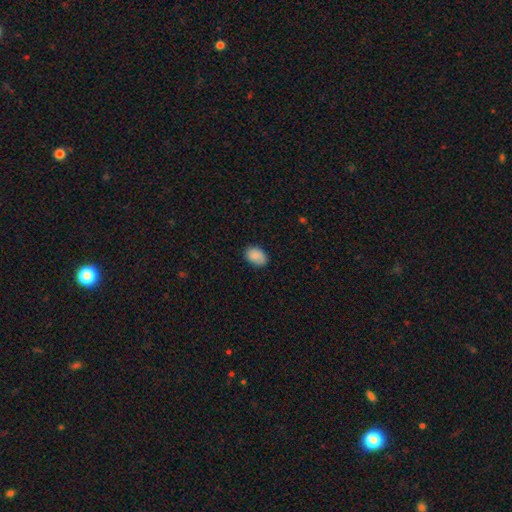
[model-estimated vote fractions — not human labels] Smooth or featured?
  - smooth: 85% *
  - featured or disk: 7%
  - star or artifact: 7%
How rounded?
  - in between: 80% *
  - round: 19%
  - cigar-shaped: 1%
Merging?
  - none: 81% *
  - minor disturbance: 15%
  - major disturbance: 3%
  - merger: 1%